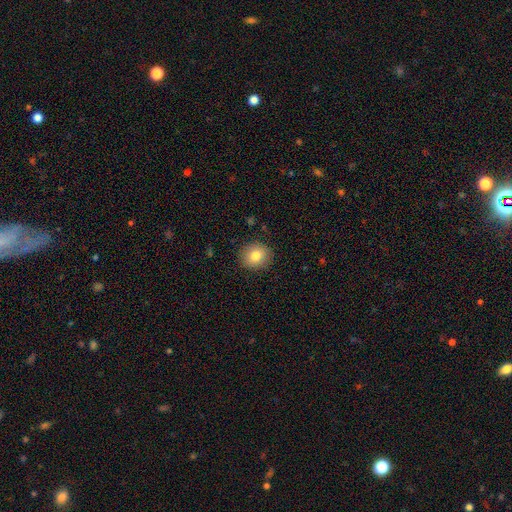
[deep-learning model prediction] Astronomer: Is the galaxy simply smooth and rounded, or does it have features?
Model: smooth — 81%.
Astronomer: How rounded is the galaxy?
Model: round — 84%.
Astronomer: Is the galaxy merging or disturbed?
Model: none — 89%.